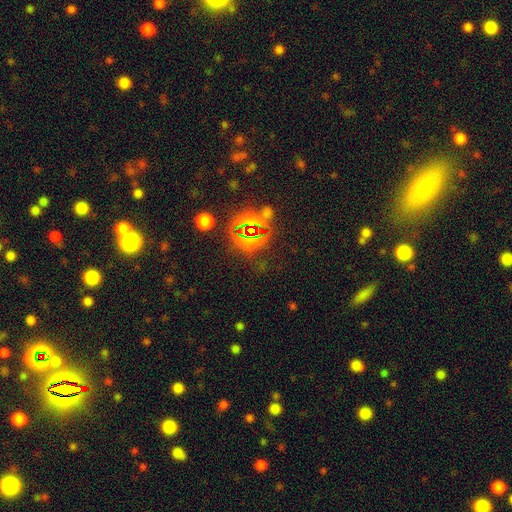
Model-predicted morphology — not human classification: Smooth or featured? Predicted: star or artifact (p=0.64).